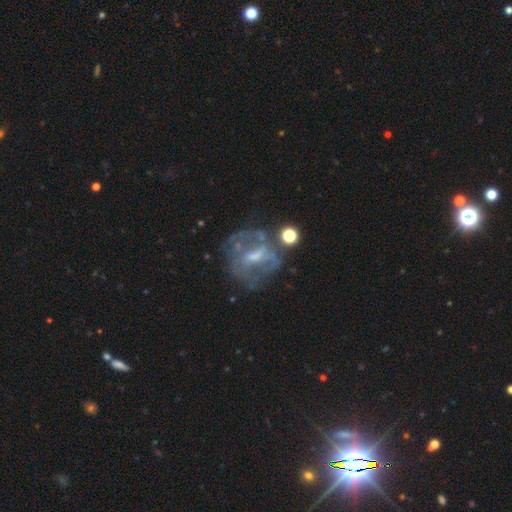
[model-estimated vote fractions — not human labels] A featured or disk galaxy (71%) with a weak bar (47%), no spiral arms (51%) and a moderate central bulge (37%). Merging: none (53%).